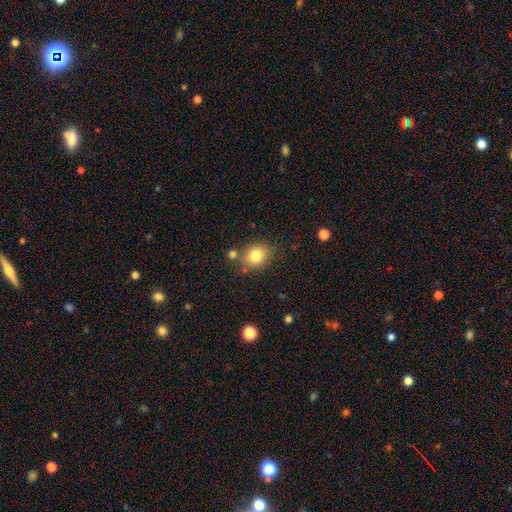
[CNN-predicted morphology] This appears to be a smooth galaxy with no disk features (81%) that is round (52%). Merging: none (73%).